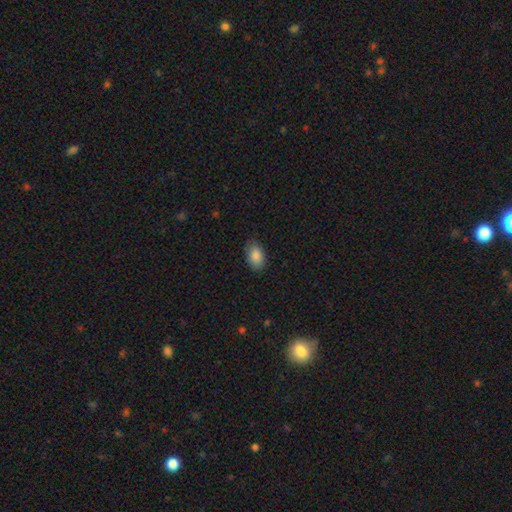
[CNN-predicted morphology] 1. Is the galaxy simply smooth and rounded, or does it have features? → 88% smooth, 7% star or artifact, 5% featured or disk.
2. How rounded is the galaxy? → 92% in between, 7% round, 1% cigar-shaped.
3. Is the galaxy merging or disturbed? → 85% none, 11% minor disturbance, 2% major disturbance, 1% merger.